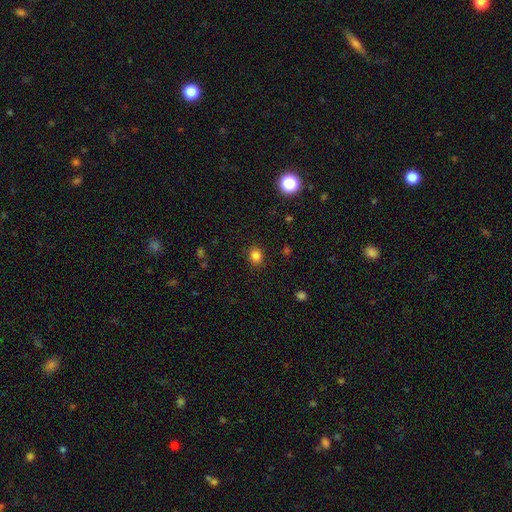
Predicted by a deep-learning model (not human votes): This is clearly a smooth galaxy (83%). How rounded: likely round (67%). Merging: clearly none (88%).